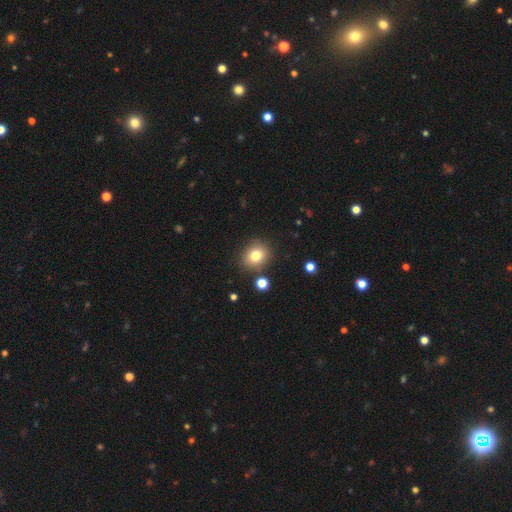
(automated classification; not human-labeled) smooth_or_featured: smooth (p=0.79) [alt: star or artifact p=0.12]
how_rounded: round (p=0.74) [alt: in between p=0.25]
merging: none (p=0.83) [alt: minor disturbance p=0.10]